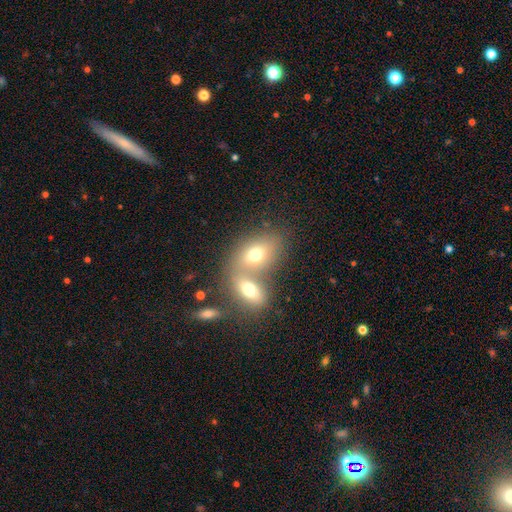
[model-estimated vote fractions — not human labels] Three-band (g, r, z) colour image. It shows a smooth galaxy with no disk features (70%) that is in between round and cigar-shaped (73%). Merging: merger (58%).